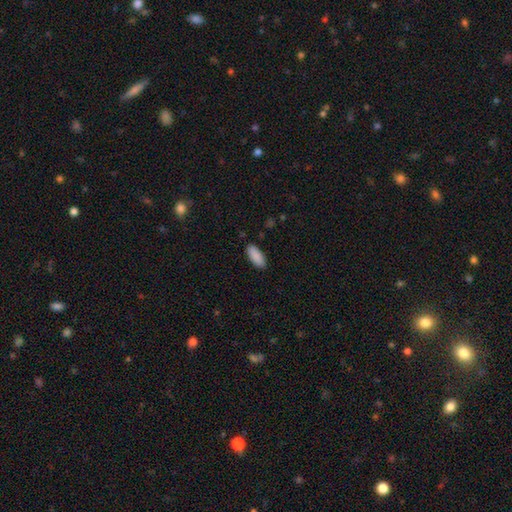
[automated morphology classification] Smooth or featured?
  - smooth: 90% *
  - star or artifact: 6%
  - featured or disk: 4%
How rounded?
  - in between: 82% *
  - cigar-shaped: 16%
  - round: 2%
Merging?
  - none: 88% *
  - minor disturbance: 9%
  - major disturbance: 2%
  - merger: 1%